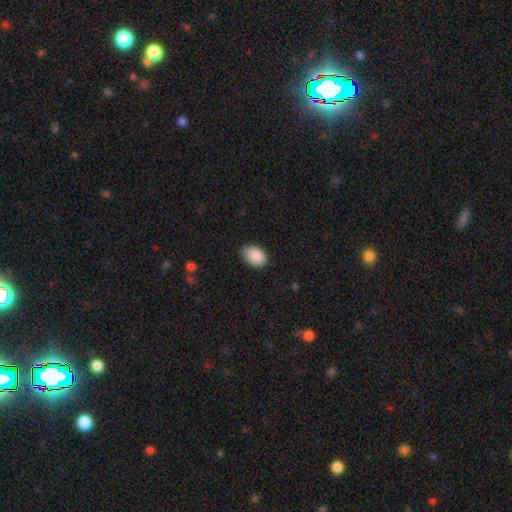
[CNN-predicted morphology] Smooth or featured?
  - smooth: 88% *
  - star or artifact: 7%
  - featured or disk: 4%
How rounded?
  - in between: 81% *
  - round: 18%
  - cigar-shaped: 1%
Merging?
  - none: 72% *
  - minor disturbance: 23%
  - major disturbance: 3%
  - merger: 1%